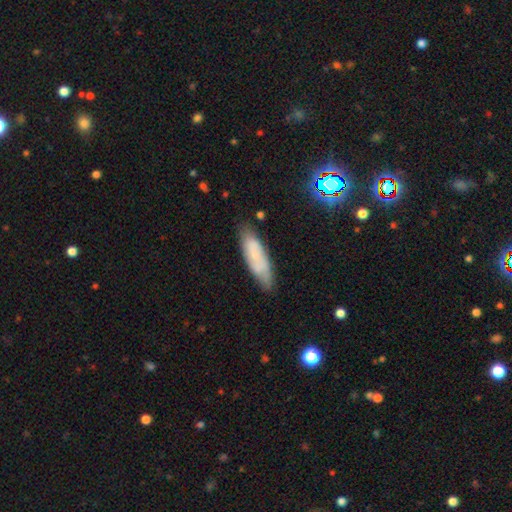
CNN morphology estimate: A smooth galaxy with no disk features (55%) that is cigar-shaped (52%). Merging: none (75%).